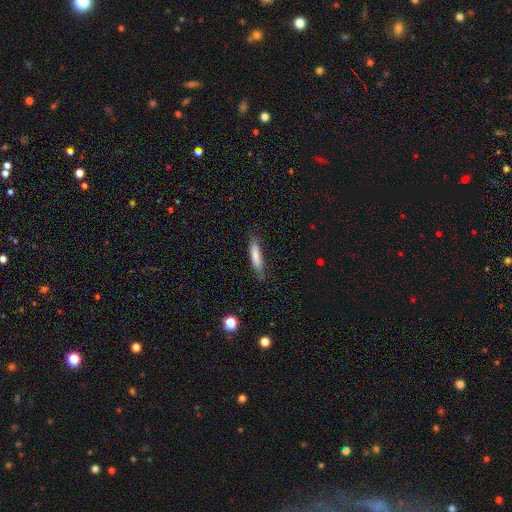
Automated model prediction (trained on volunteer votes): Overall: smooth (74%). How rounded: cigar-shaped (78%). Merging: none (72%).